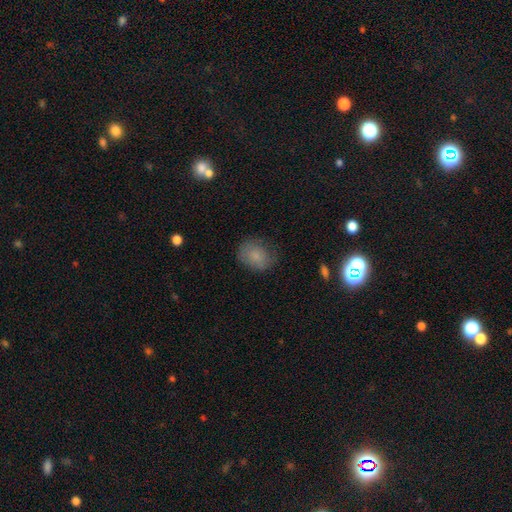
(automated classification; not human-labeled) Smooth or featured?
  - smooth: 77% *
  - featured or disk: 14%
  - star or artifact: 9%
How rounded?
  - round: 55% *
  - in between: 44%
  - cigar-shaped: 1%
Merging?
  - none: 68% *
  - minor disturbance: 23%
  - major disturbance: 8%
  - merger: 1%